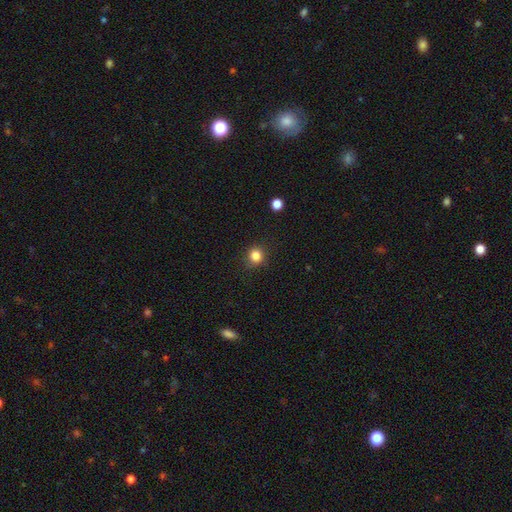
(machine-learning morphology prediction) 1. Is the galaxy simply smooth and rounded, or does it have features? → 84% smooth, 12% star or artifact, 4% featured or disk.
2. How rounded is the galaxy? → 90% round, 9% in between, 1% cigar-shaped.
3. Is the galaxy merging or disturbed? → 88% none, 8% minor disturbance, 2% major disturbance, 1% merger.